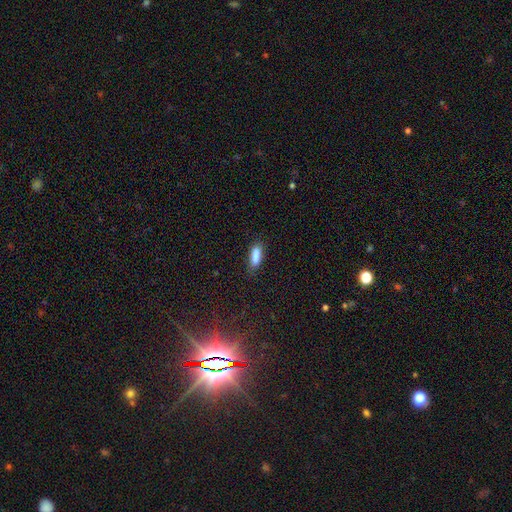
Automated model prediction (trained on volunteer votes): smooth-or-featured: smooth: 85% | star or artifact: 8% | featured or disk: 7%
  how-rounded: in between: 54% | cigar-shaped: 44% | round: 2%
  merging: none: 75% | minor disturbance: 17% | major disturbance: 4% | merger: 3%